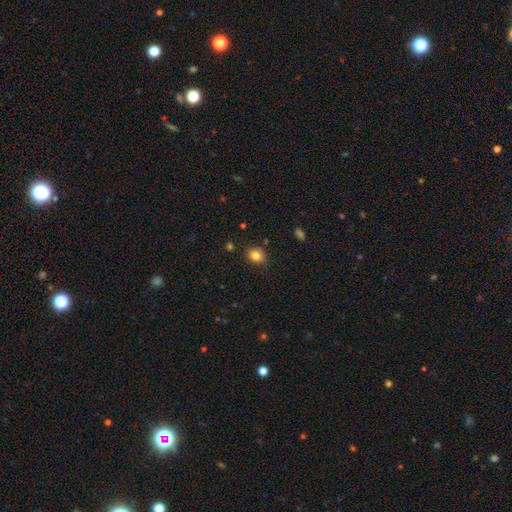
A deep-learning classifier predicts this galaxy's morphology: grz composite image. It shows a smooth galaxy with no disk features (82%) that is round (60%). Merging: none (78%).